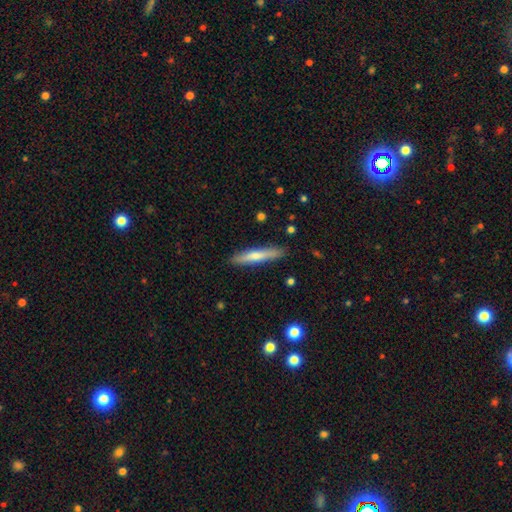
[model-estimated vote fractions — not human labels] Morphology: type=smooth (52%); roundness=cigar-shaped (93%); merging=none (89%).